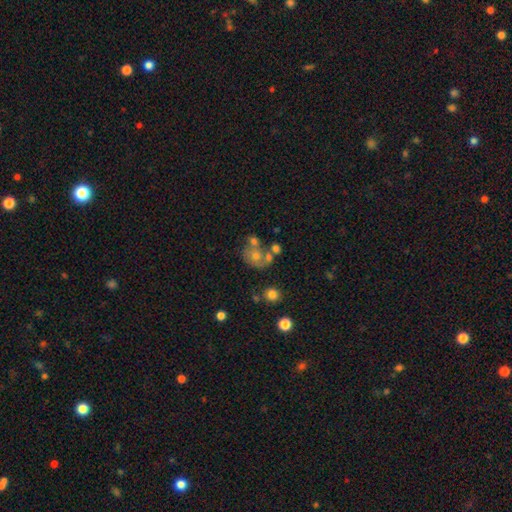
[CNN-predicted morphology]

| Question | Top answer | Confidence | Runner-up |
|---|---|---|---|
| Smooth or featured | smooth | 46% | featured or disk (37%) |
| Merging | none | 39% | merger (35%) |